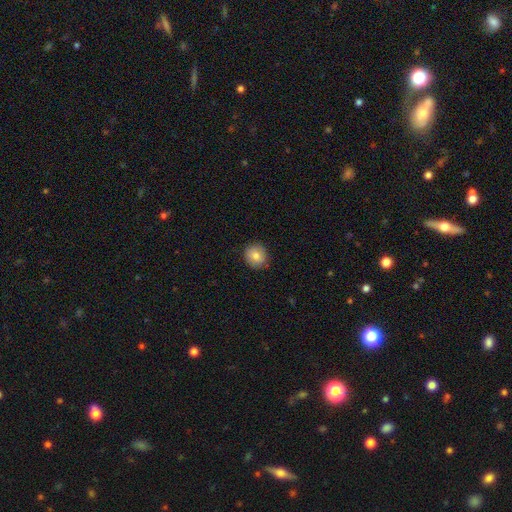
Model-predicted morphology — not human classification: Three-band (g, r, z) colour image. It shows a smooth galaxy with no disk features (77%) that is round (86%). Merging: none (86%).